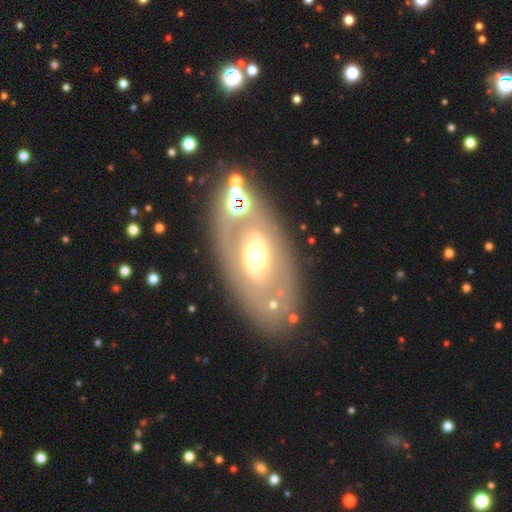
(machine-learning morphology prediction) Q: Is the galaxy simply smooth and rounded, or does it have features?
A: featured or disk — 56%.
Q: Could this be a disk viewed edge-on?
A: no — 88%.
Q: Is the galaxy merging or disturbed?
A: none — 74%.